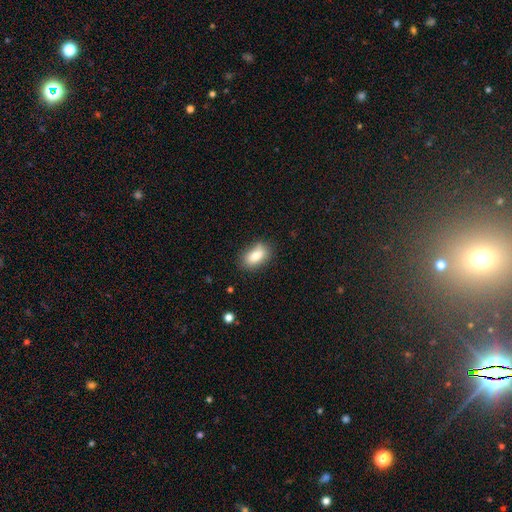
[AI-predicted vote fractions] This is clearly a smooth galaxy (82%). How rounded: clearly in between (88%). Merging: likely none (77%).